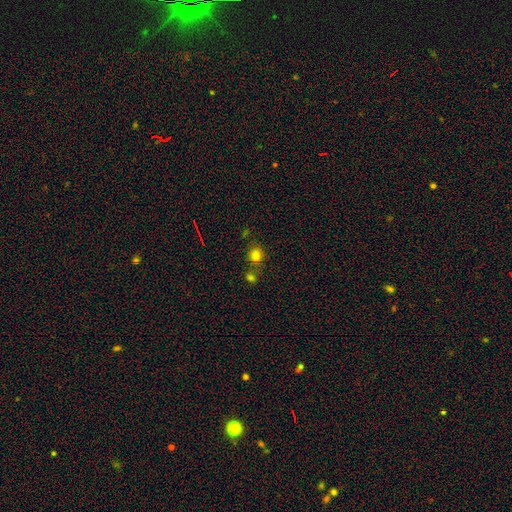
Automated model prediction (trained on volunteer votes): smooth 77%, star or artifact 16%, featured or disk 7%. Down the decision tree: how rounded — round (85%); merging — none (70%).